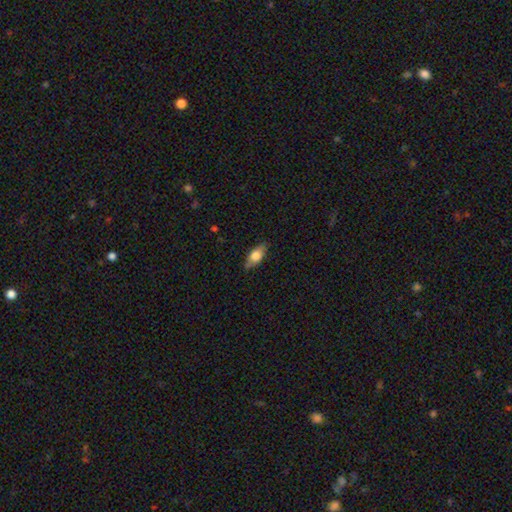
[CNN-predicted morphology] Smooth or featured? smooth (63%)
How rounded? in between (78%)
Merging? none (82%)